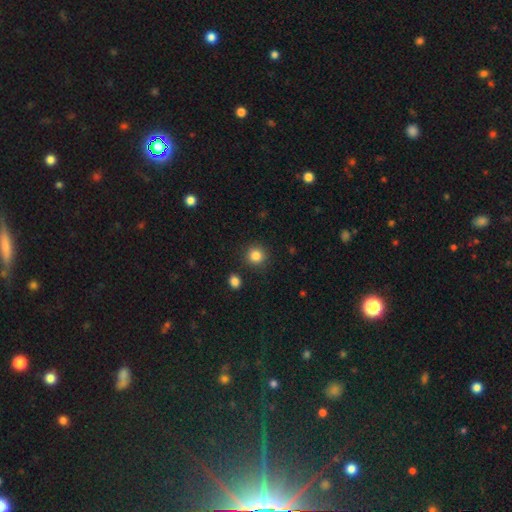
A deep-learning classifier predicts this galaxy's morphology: smooth-or-featured: smooth: 85% | star or artifact: 11% | featured or disk: 5%
  how-rounded: round: 90% | in between: 9% | cigar-shaped: 1%
  merging: none: 88% | minor disturbance: 6% | merger: 3% | major disturbance: 2%